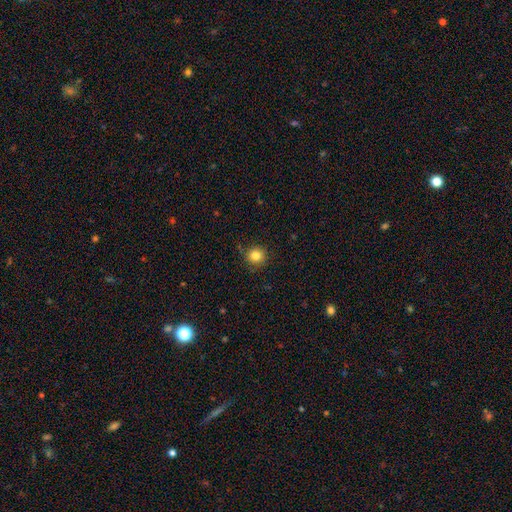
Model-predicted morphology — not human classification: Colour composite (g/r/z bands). It shows a smooth galaxy with no disk features (84%) that is round (92%). Merging: none (87%).